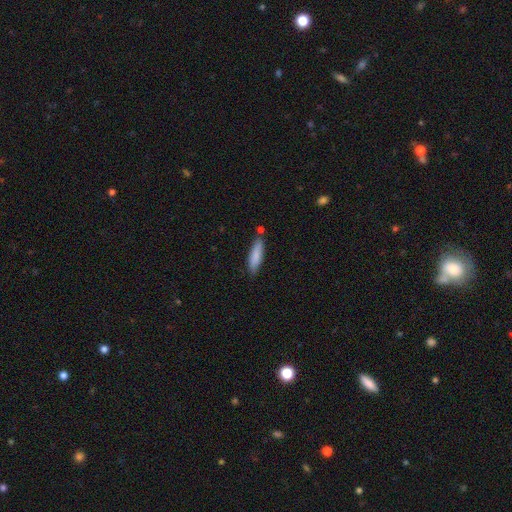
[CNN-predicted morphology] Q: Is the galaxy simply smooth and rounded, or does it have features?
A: smooth — 83%.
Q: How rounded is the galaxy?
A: cigar-shaped — 68%.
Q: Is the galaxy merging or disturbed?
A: none — 74%.